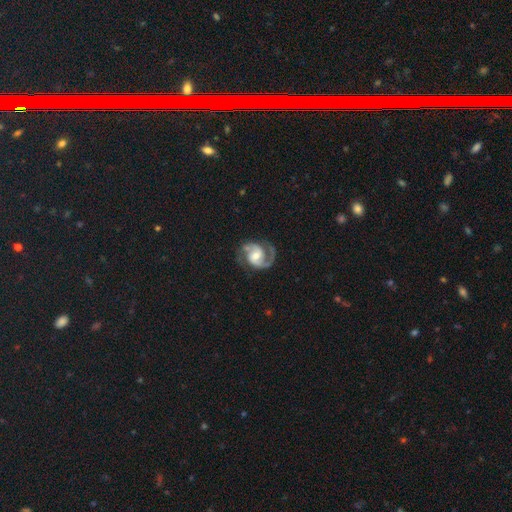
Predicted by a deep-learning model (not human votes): Smooth or featured? featured or disk (91%)
Edge-on disk? no (98%)
Bar? weak (43%)
Spiral arms? yes (98%)
Spiral winding? medium (58%)
Spiral arm count? 2 (91%)
Bulge size? moderate (57%)
Merging? none (75%)